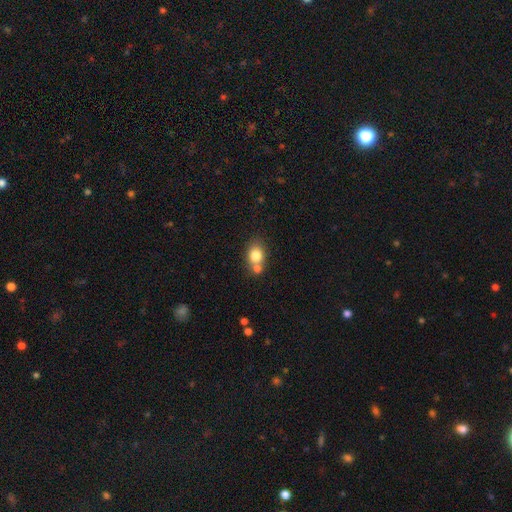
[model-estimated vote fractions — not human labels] Smooth or featured? Predicted: smooth (p=0.79). How rounded? Predicted: in between (p=0.51). Merging? Predicted: none (p=0.54).